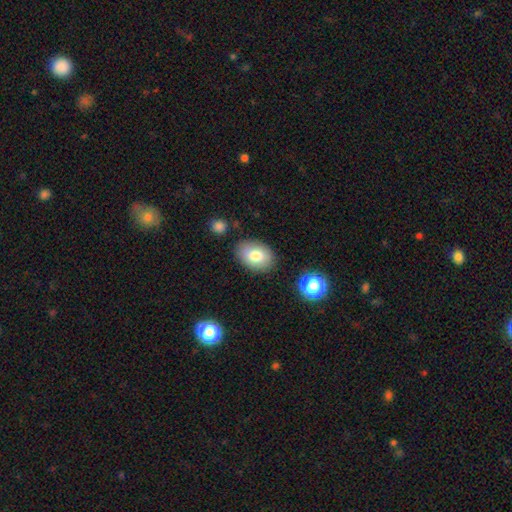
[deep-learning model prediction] smooth_or_featured: smooth (p=0.79) [alt: featured or disk p=0.13]
how_rounded: in between (p=0.80) [alt: round p=0.19]
merging: none (p=0.82) [alt: minor disturbance p=0.12]